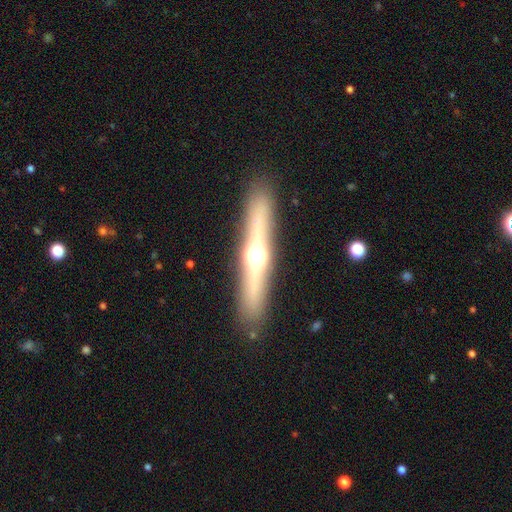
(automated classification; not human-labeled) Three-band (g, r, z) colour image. It shows a featured or disk galaxy (67%) viewed edge-on (95%) with a rounded central bulge (94%). Merging: none (89%).